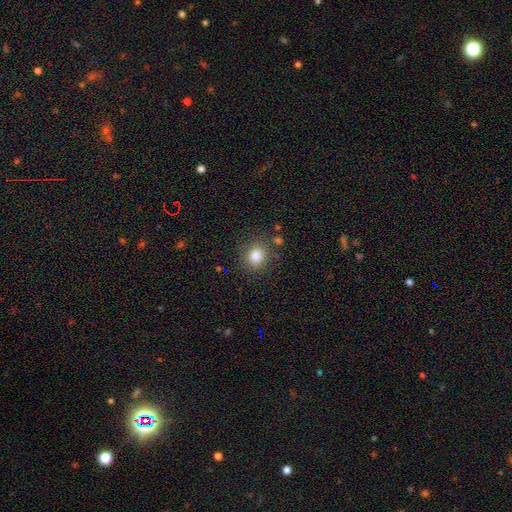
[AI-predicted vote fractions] Overall: smooth (83%). How rounded: round (74%). Merging: none (82%).